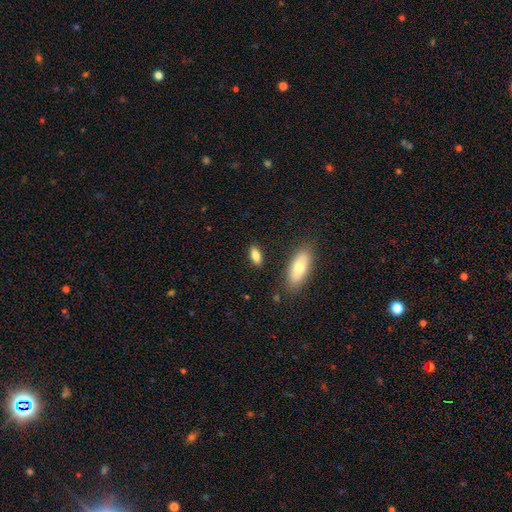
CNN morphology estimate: This is likely a smooth galaxy (77%). How rounded: likely in between (78%). Merging: clearly none (84%).